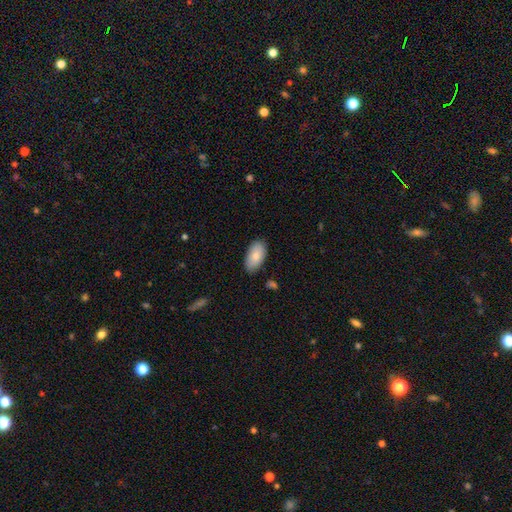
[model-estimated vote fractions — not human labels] smooth-or-featured: smooth: 84% | featured or disk: 10% | star or artifact: 6%
  how-rounded: in between: 95% | round: 3% | cigar-shaped: 2%
  merging: none: 84% | minor disturbance: 12% | major disturbance: 2% | merger: 1%